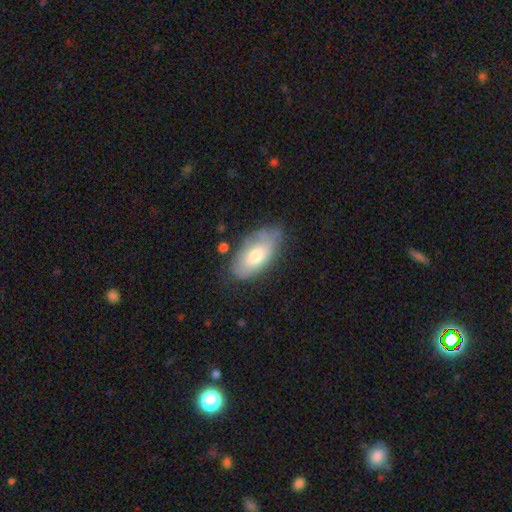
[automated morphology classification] The model was most divided on "merging": none: 61%, minor disturbance: 29%, major disturbance: 7%, merger: 3%. More confident: how rounded — in between (92%); smooth or featured — smooth (67%).